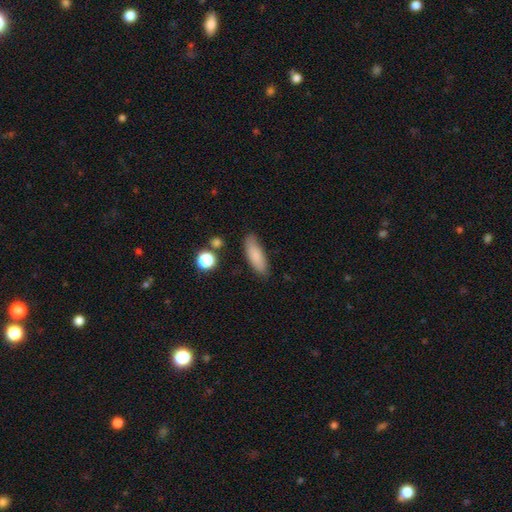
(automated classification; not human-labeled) smooth 82%, featured or disk 11%, star or artifact 7%. Down the decision tree: how rounded — in between (64%); merging — none (79%).